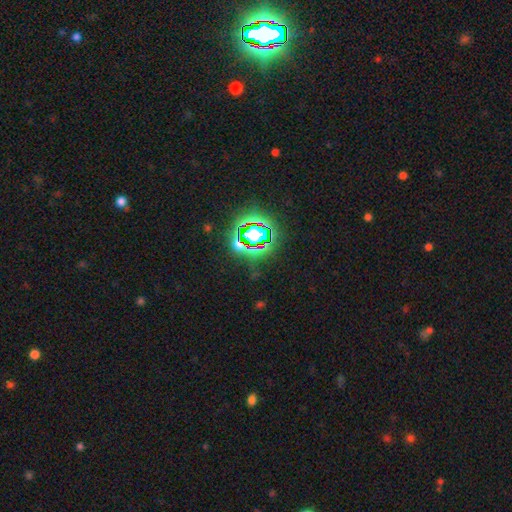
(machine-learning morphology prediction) Overall: star or artifact (85%).